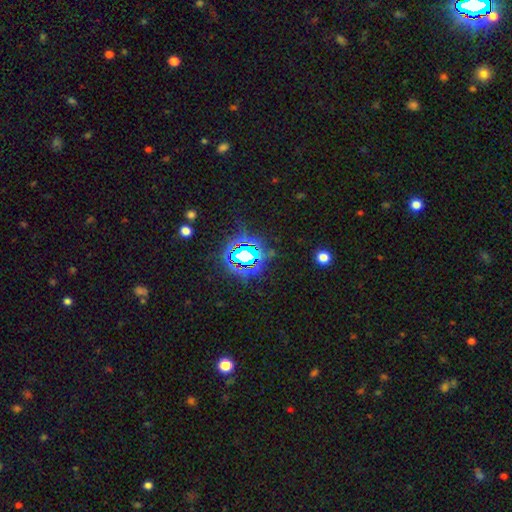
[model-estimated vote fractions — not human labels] This appears to be a star or artifact, not a galaxy (78%).